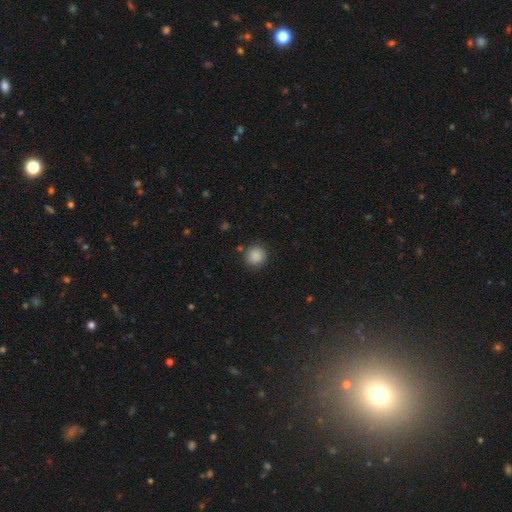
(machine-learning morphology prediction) Smooth or featured?
  - smooth: 88% *
  - star or artifact: 9%
  - featured or disk: 3%
How rounded?
  - round: 91% *
  - in between: 8%
  - cigar-shaped: 1%
Merging?
  - none: 87% *
  - minor disturbance: 8%
  - major disturbance: 3%
  - merger: 2%